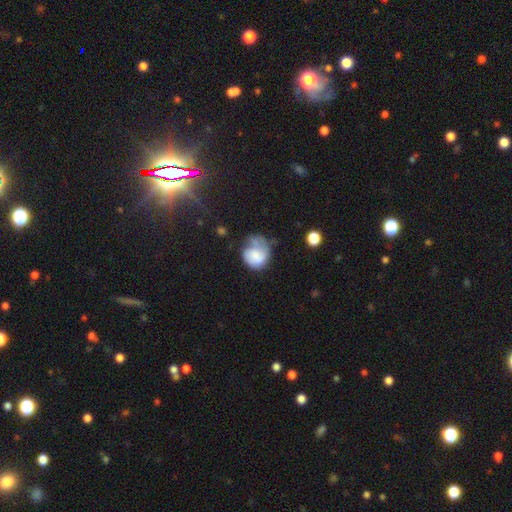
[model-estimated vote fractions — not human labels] This appears to be a smooth galaxy with no disk features (61%) that is round (66%). Merging: major disturbance (33%).